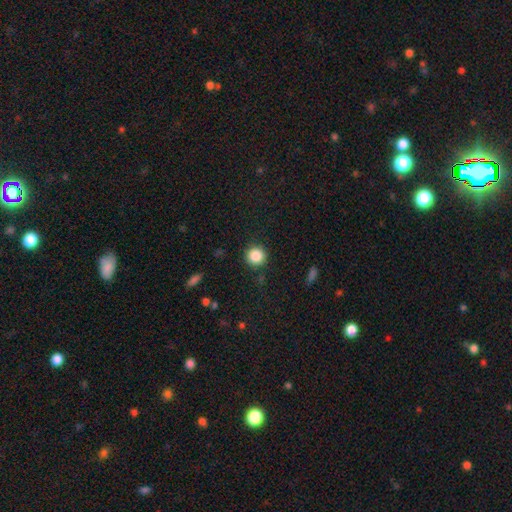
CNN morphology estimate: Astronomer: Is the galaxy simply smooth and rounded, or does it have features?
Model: smooth — 86%.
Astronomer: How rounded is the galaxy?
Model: round — 94%.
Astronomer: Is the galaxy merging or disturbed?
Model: none — 90%.